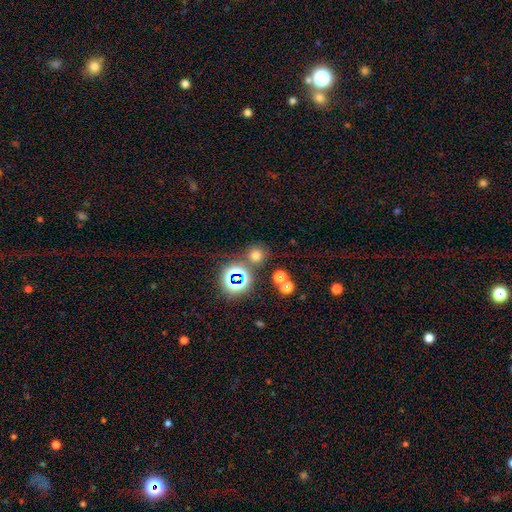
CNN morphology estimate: A smooth galaxy with no disk features (64%) that is round (90%). Merging: none (76%).